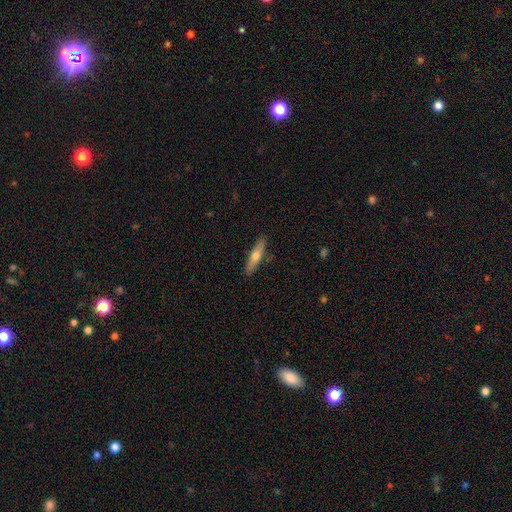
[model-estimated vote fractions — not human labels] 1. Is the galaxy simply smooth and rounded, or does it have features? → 58% smooth, 36% featured or disk, 6% star or artifact.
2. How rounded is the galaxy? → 76% cigar-shaped, 23% in between, 2% round.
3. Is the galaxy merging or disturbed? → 87% none, 9% minor disturbance, 2% major disturbance, 1% merger.